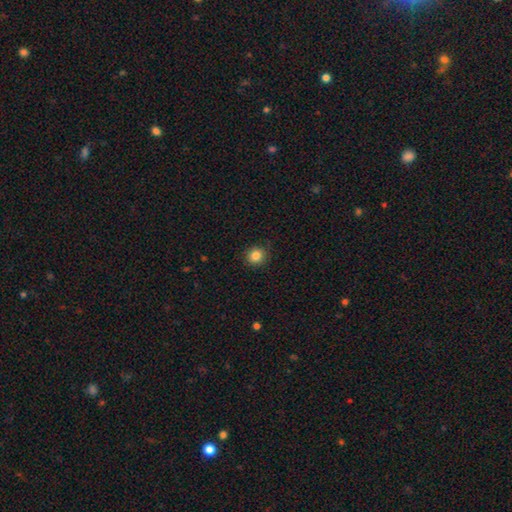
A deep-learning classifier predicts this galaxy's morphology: Overall: smooth (84%). How rounded: round (89%). Merging: none (88%).